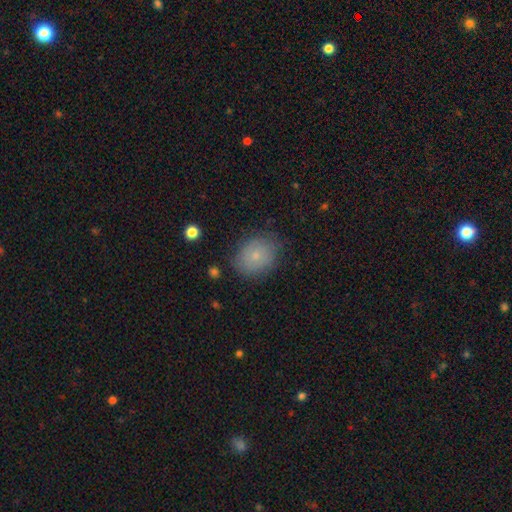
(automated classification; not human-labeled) Q: Smooth or featured?
A: smooth (75%); runner-up: featured or disk (16%)
Q: How rounded?
A: round (54%); runner-up: in between (45%)
Q: Merging?
A: none (78%); runner-up: minor disturbance (16%)